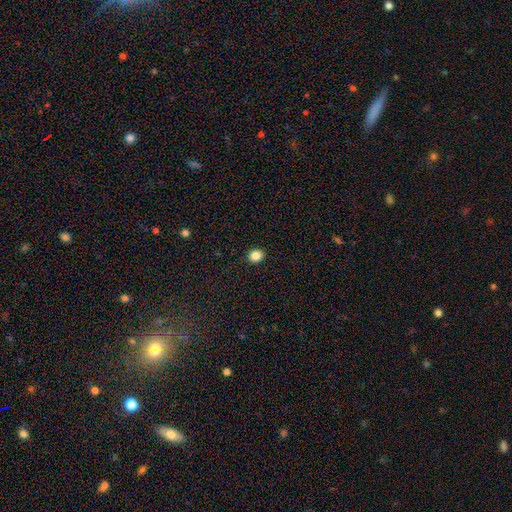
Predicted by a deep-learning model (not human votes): A smooth galaxy with no disk features (85%) that is round (73%).

Vote fractions:
- Smooth or featured? smooth: 85% / star or artifact: 11% / featured or disk: 4%
- How rounded? round: 73% / in between: 26% / cigar-shaped: 1%
- Merging? none: 92% / minor disturbance: 6% / major disturbance: 2% / merger: 1%